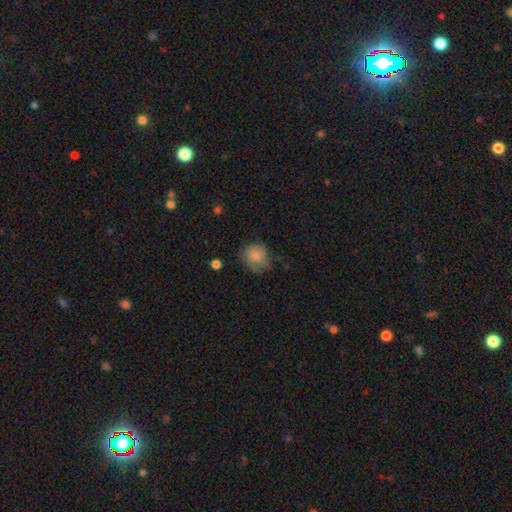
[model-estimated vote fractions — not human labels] Overall: smooth (72%). How rounded: round (76%). Merging: none (60%; minor disturbance 27%).